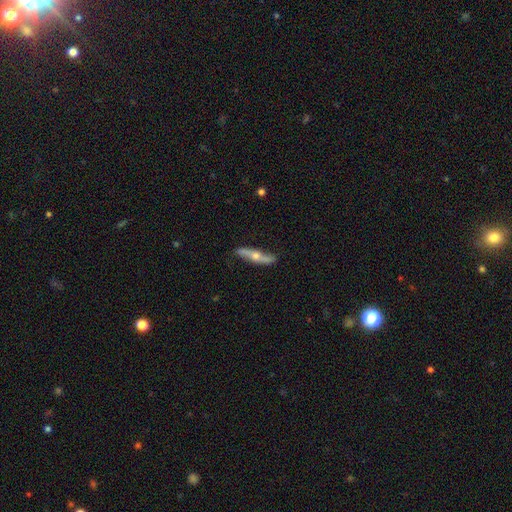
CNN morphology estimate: Smooth or featured? Predicted: featured or disk (p=0.64). Edge-on disk? Predicted: yes (p=0.73). Merging? Predicted: none (p=0.80).